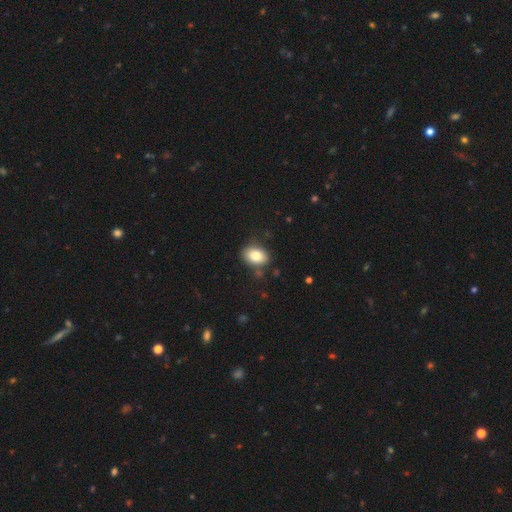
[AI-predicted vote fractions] smooth 84%, featured or disk 8%, star or artifact 8%. Down the decision tree: how rounded — in between (79%); merging — none (77%).